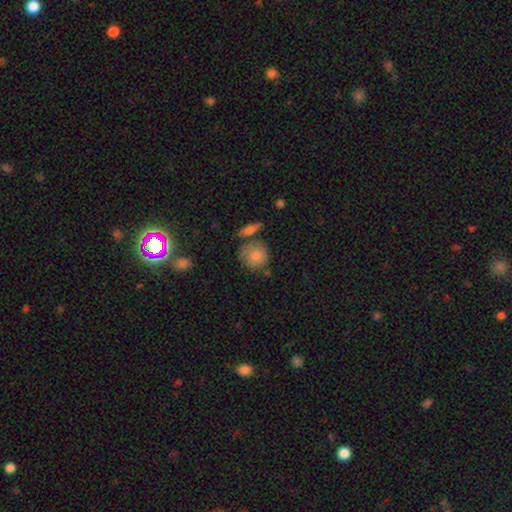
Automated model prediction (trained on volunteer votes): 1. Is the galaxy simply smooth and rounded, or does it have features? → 77% smooth, 15% featured or disk, 7% star or artifact.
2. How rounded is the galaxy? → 83% round, 15% in between, 2% cigar-shaped.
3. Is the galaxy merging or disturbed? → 57% none, 21% minor disturbance, 14% merger, 7% major disturbance.